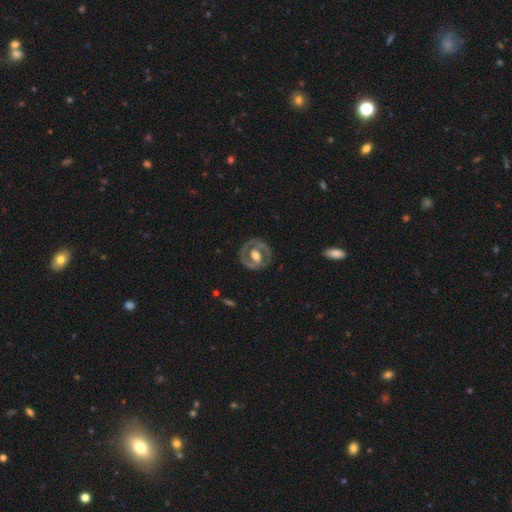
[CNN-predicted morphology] Smooth or featured? featured or disk (77%)
Edge-on disk? no (96%)
Bar? weak (40%)
Spiral arms? yes (63%)
Bulge size? moderate (63%)
Merging? none (81%)